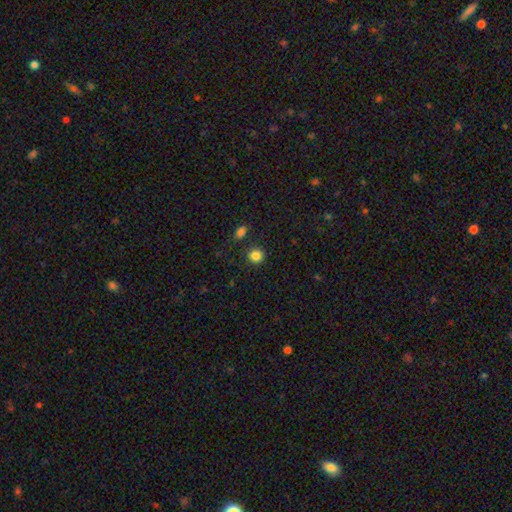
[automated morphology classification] Overall: smooth (85%). How rounded: round (89%). Merging: none (87%).